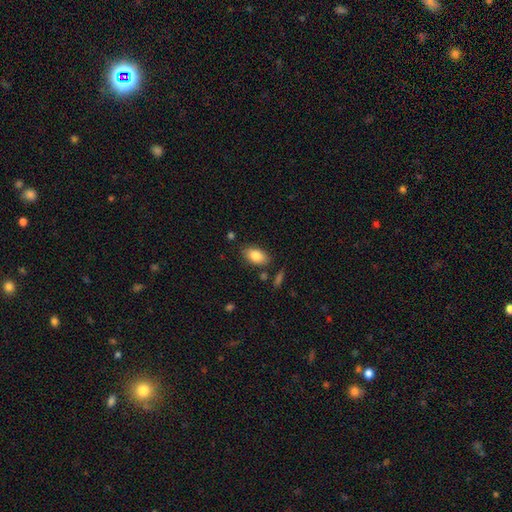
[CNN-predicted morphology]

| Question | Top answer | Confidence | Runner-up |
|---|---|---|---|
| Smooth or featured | smooth | 83% | featured or disk (10%) |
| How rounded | in between | 92% | round (6%) |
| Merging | none | 81% | minor disturbance (13%) |